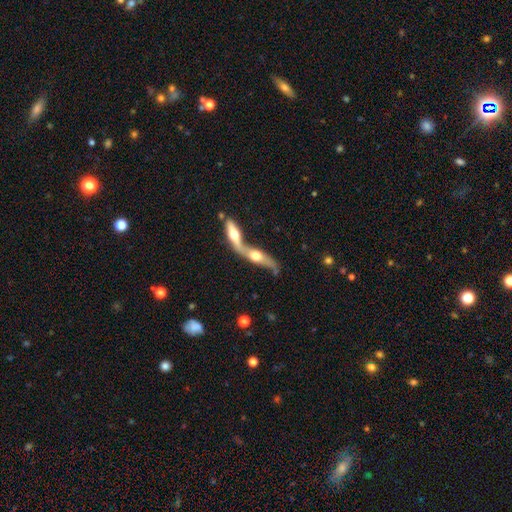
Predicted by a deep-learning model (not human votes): Smooth or featured? Predicted: featured or disk (p=0.60). Edge-on disk? Predicted: yes (p=0.63). Merging? Predicted: merger (p=0.67).